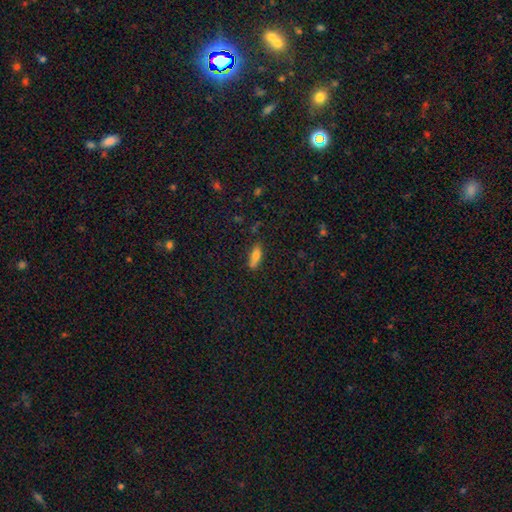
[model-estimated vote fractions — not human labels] This is likely a smooth galaxy (72%). How rounded: possibly in between (58%). Merging: likely none (77%).